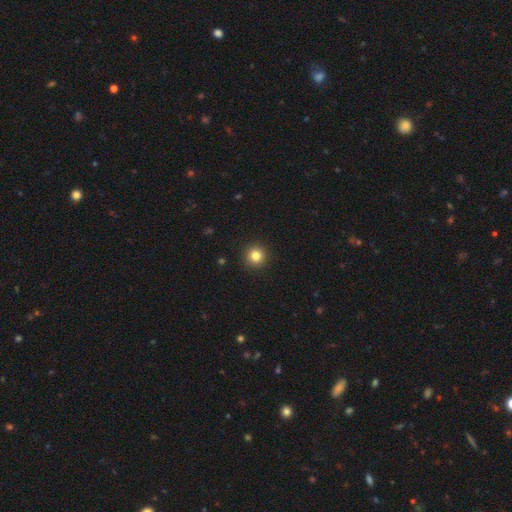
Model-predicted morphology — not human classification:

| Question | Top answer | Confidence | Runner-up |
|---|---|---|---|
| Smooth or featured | smooth | 83% | star or artifact (12%) |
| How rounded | round | 96% | in between (3%) |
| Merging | none | 93% | minor disturbance (5%) |